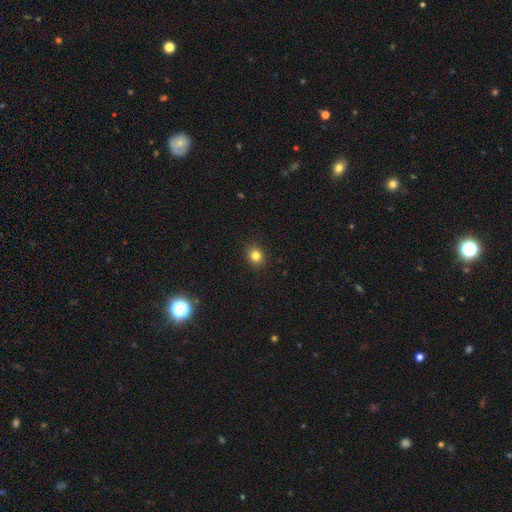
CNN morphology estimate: This is clearly a smooth galaxy (82%). How rounded: likely round (77%). Merging: clearly none (91%).